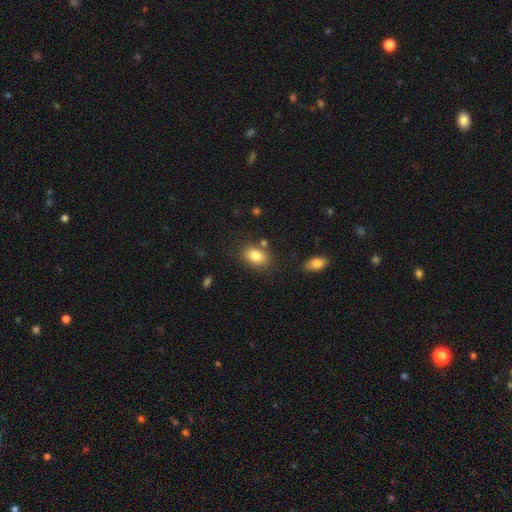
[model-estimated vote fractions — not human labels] This is clearly a smooth galaxy (83%). How rounded: clearly in between (81%). Merging: likely none (76%).